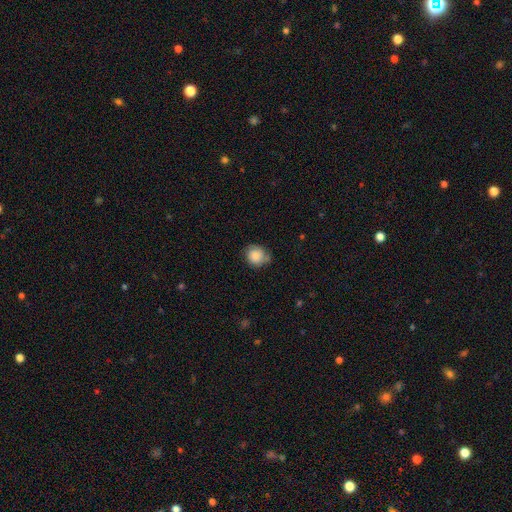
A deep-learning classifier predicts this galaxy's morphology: smooth-or-featured: smooth: 80% | featured or disk: 12% | star or artifact: 8%
  how-rounded: round: 82% | in between: 17% | cigar-shaped: 1%
  merging: none: 60% | minor disturbance: 29% | major disturbance: 7% | merger: 3%